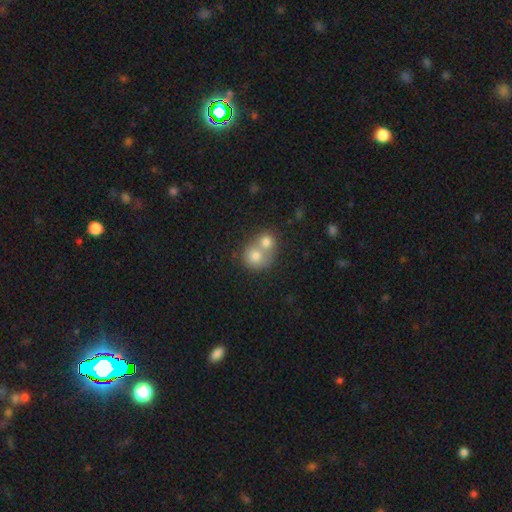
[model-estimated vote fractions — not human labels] smooth-or-featured: smooth: 74% | featured or disk: 17% | star or artifact: 9%
  how-rounded: round: 78% | in between: 21% | cigar-shaped: 1%
  merging: merger: 71% | none: 22% | minor disturbance: 5% | major disturbance: 3%